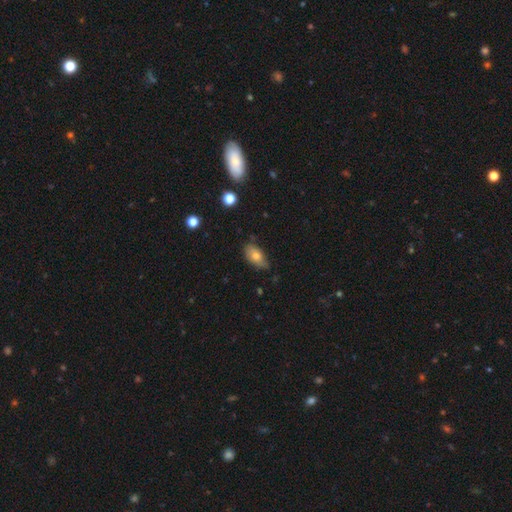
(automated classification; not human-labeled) Smooth or featured?
  - smooth: 69% *
  - featured or disk: 23%
  - star or artifact: 8%
How rounded?
  - in between: 90% *
  - round: 6%
  - cigar-shaped: 4%
Merging?
  - none: 59% *
  - minor disturbance: 33%
  - major disturbance: 6%
  - merger: 2%